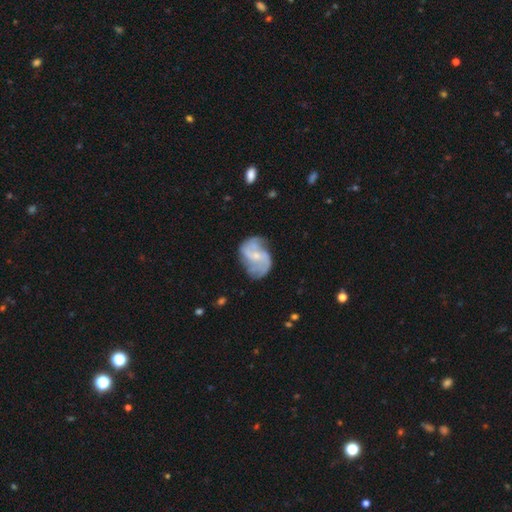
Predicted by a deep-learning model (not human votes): The model was most divided on "spiral winding": medium: 43%, loose: 39%, tight: 17%. Remaining: edge-on disk — no (98%); spiral arms — yes (91%); smooth or featured — featured or disk (79%); spiral arm count — 2 (65%); bulge size — small (60%); merging — none (57%); bar — no (47%).